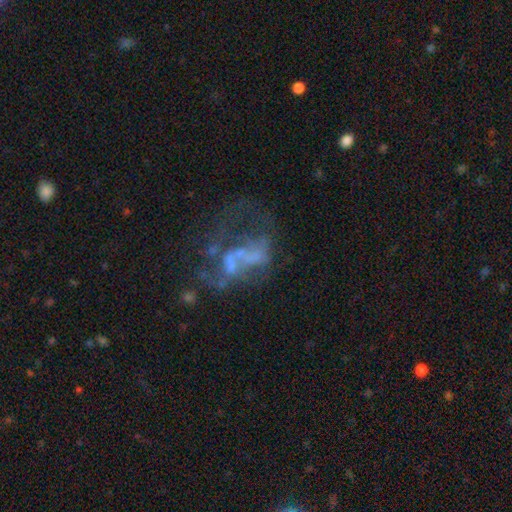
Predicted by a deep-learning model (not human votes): Morphology: type=featured or disk (62%); edge-on=no (97%); bar=no (72%); spiral arms=no (72%); bulge=none (59%); merging=major disturbance (40%).